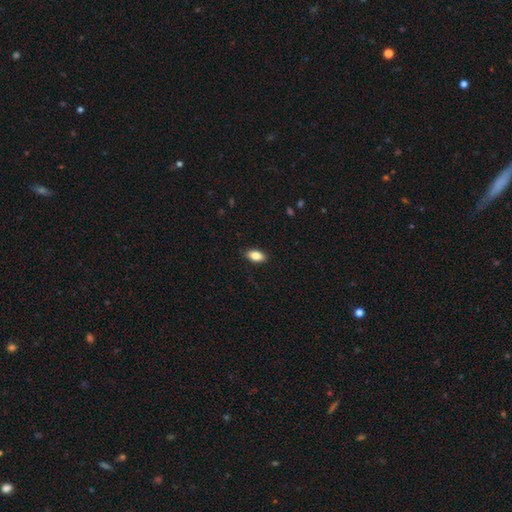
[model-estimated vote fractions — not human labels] The model was most divided on "smooth or featured": smooth: 84%, featured or disk: 8%, star or artifact: 8%. More confident: how rounded — in between (90%); merging — none (88%).